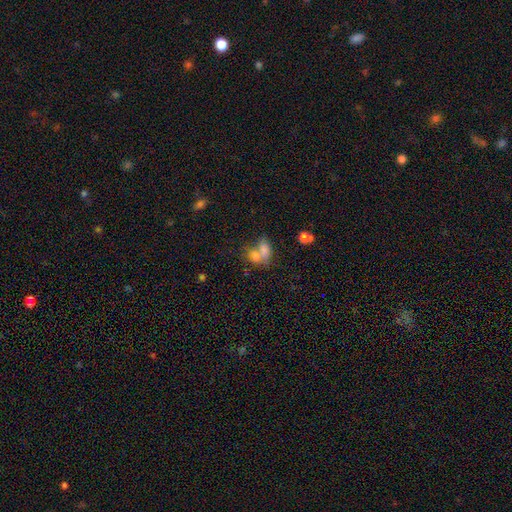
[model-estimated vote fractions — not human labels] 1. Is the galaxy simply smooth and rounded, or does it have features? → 74% smooth, 14% featured or disk, 12% star or artifact.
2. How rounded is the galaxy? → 75% in between, 22% round, 3% cigar-shaped.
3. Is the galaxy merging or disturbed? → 62% merger, 24% none, 8% minor disturbance, 6% major disturbance.